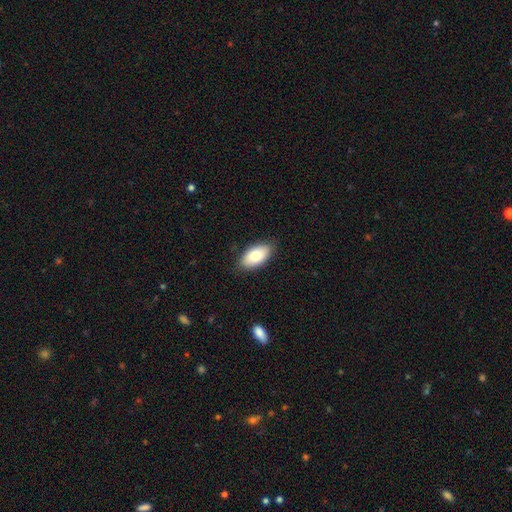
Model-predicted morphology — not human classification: Overall: smooth (79%). How rounded: in between (94%). Merging: none (86%).